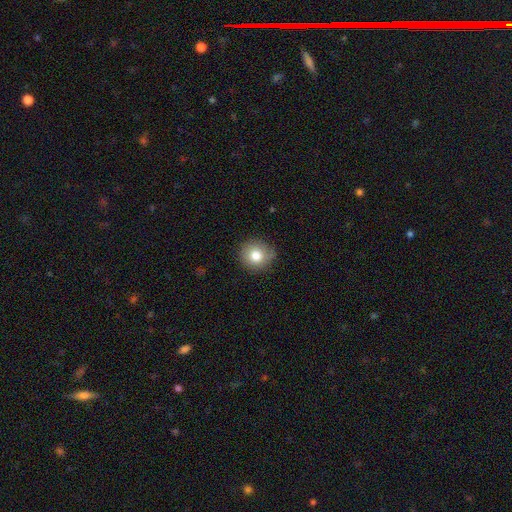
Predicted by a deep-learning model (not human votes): This is likely a smooth galaxy (80%). How rounded: clearly round (89%). Merging: likely none (80%).